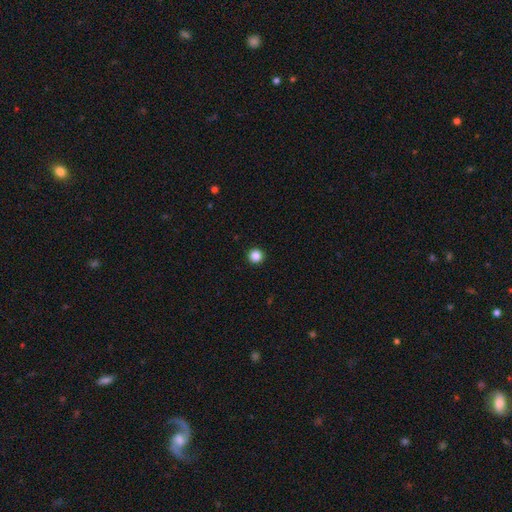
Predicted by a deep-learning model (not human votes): smooth-or-featured: smooth: 86% | star or artifact: 11% | featured or disk: 3%
  how-rounded: round: 97% | in between: 2% | cigar-shaped: 1%
  merging: none: 94% | minor disturbance: 3% | major disturbance: 1% | merger: 1%